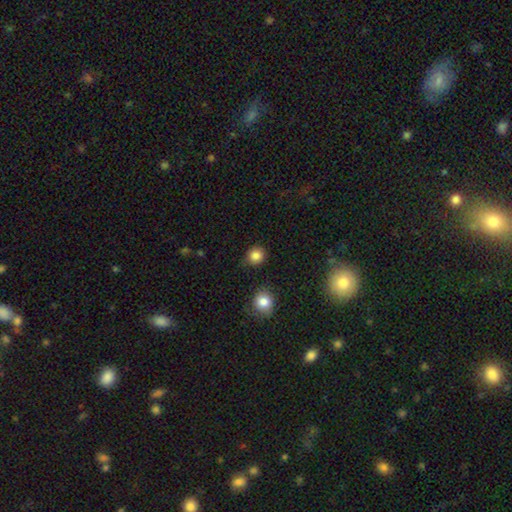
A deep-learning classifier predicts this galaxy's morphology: Overall: smooth (85%). How rounded: round (88%). Merging: none (84%).